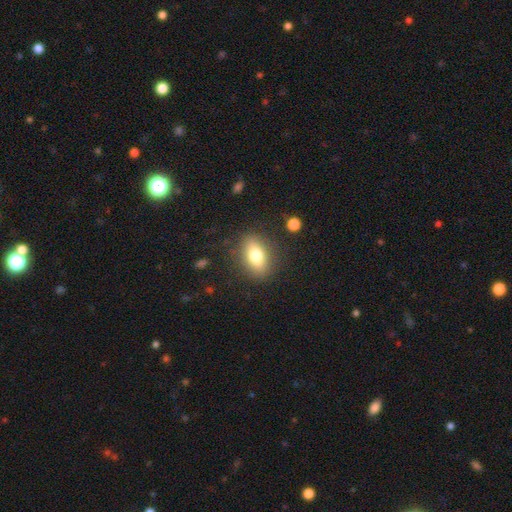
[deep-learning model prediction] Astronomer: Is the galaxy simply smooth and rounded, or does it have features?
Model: smooth — 75%.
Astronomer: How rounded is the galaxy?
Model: in between — 80%.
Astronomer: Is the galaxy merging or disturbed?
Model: none — 85%.